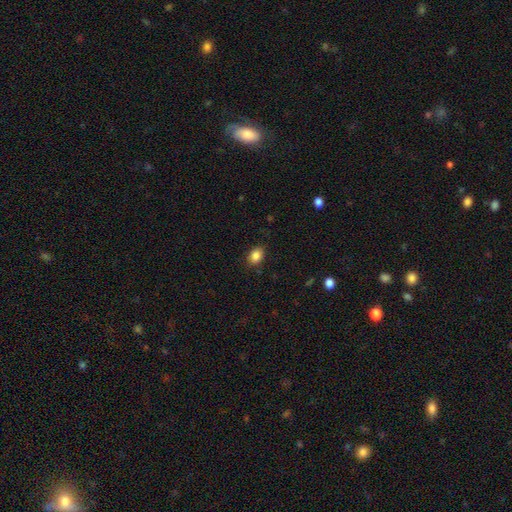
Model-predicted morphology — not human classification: type=smooth (86%); roundness=in between (61%); merging=none (84%).